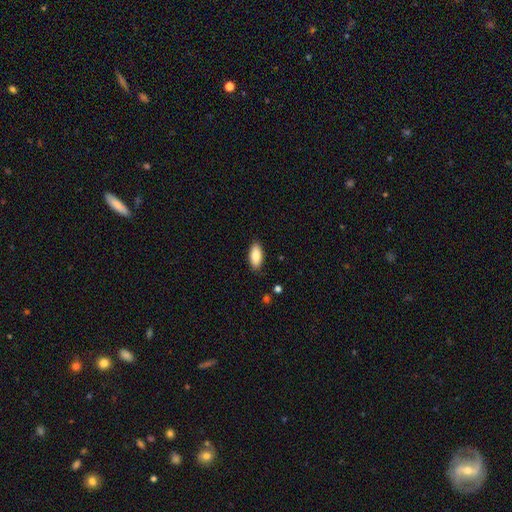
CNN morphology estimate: smooth 84%, featured or disk 10%, star or artifact 6%. Down the decision tree: how rounded — in between (87%); merging — none (88%).